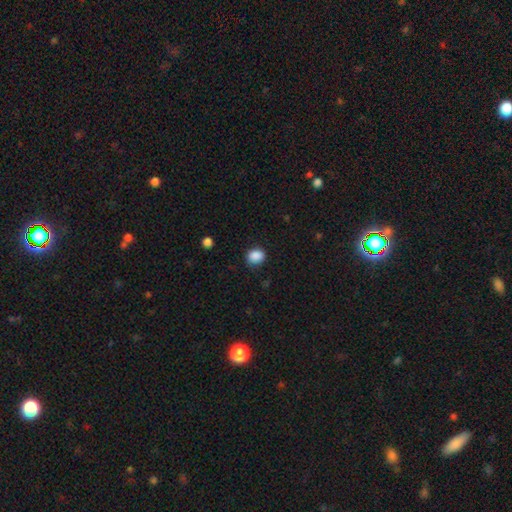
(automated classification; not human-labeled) Morphology: type=smooth (88%); roundness=round (56%); merging=none (82%).